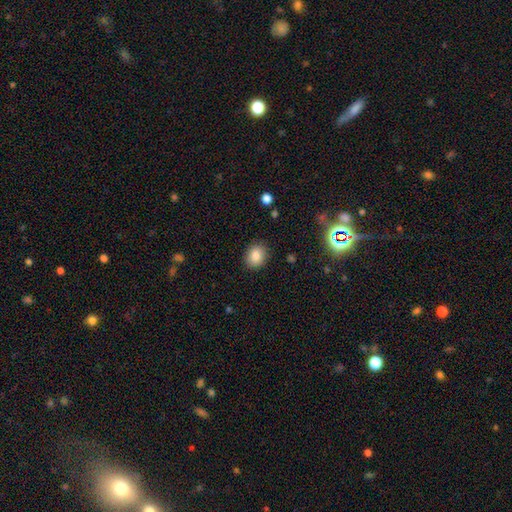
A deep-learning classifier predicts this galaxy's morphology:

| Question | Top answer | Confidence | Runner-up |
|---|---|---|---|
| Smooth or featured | smooth | 85% | star or artifact (9%) |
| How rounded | round | 54% | in between (45%) |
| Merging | none | 87% | minor disturbance (9%) |